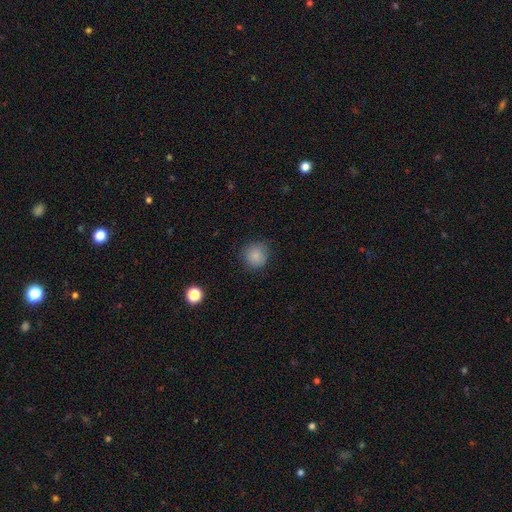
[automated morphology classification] Smooth or featured? smooth (85%)
How rounded? round (91%)
Merging? none (82%)